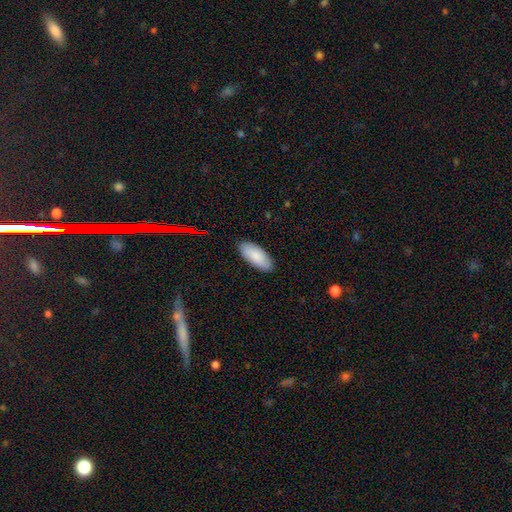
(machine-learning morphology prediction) type=smooth (86%); roundness=in between (88%); merging=none (88%).